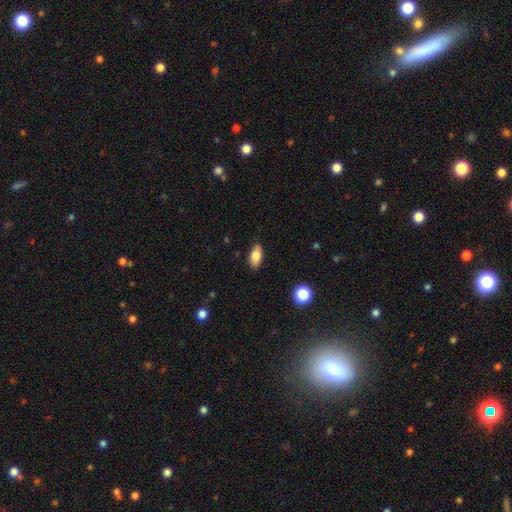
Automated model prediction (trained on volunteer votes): smooth-or-featured: smooth: 82% | featured or disk: 11% | star or artifact: 7%
  how-rounded: in between: 90% | cigar-shaped: 6% | round: 4%
  merging: none: 87% | minor disturbance: 10% | major disturbance: 2% | merger: 1%